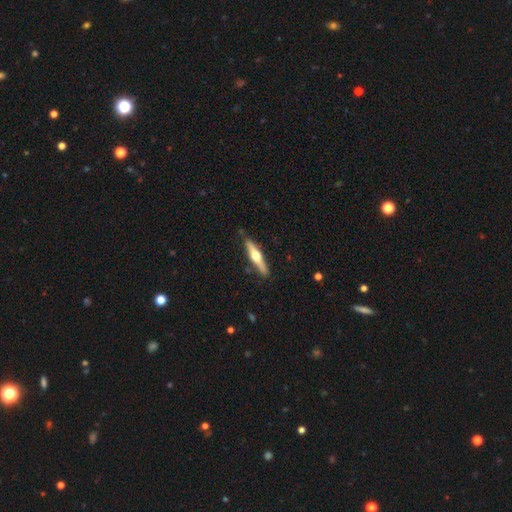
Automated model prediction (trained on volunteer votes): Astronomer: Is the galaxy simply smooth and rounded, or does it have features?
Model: featured or disk — 60% (runner-up: smooth, 36%).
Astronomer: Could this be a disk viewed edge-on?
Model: yes — 95%.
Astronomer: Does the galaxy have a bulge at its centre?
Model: rounded — 94%.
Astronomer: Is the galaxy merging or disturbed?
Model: none — 86%.